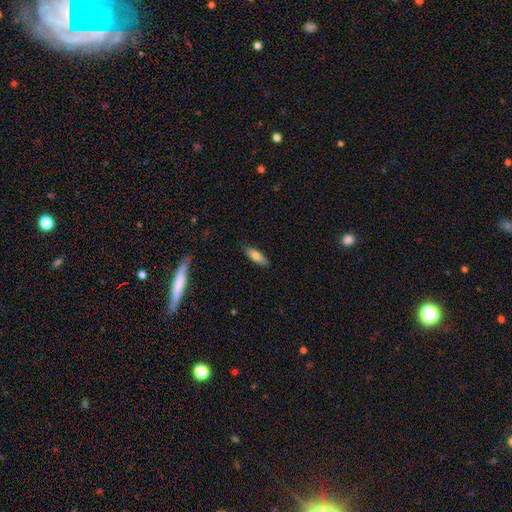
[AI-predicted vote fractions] A smooth galaxy with no disk features (75%) that is in between round and cigar-shaped (56%). Merging: none (83%).